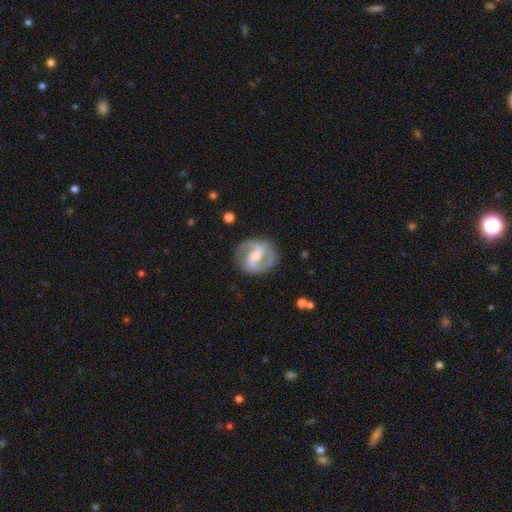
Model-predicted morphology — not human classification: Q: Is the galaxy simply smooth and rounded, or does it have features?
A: featured or disk — 82%.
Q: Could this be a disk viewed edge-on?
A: no — 98%.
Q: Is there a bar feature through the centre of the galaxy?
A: strong — 48%.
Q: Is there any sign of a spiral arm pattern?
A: yes — 89%.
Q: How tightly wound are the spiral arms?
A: medium — 53%.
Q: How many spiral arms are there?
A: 2 — 90%.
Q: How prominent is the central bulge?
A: moderate — 42%.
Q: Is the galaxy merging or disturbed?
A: none — 82%.